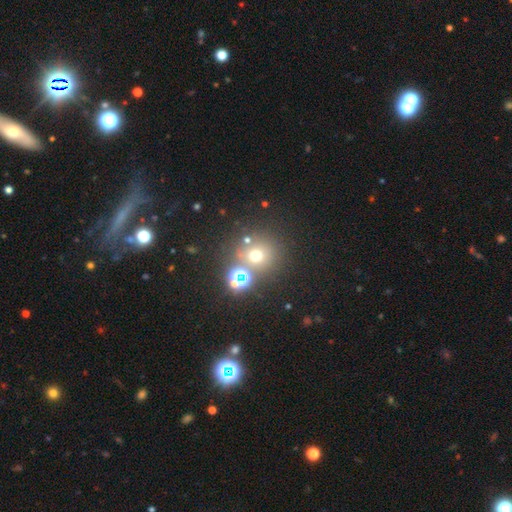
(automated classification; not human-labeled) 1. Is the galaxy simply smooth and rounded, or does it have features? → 55% smooth, 35% star or artifact, 10% featured or disk.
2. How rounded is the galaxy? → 90% round, 9% in between, 1% cigar-shaped.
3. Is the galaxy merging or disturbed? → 70% none, 17% merger, 8% minor disturbance, 5% major disturbance.